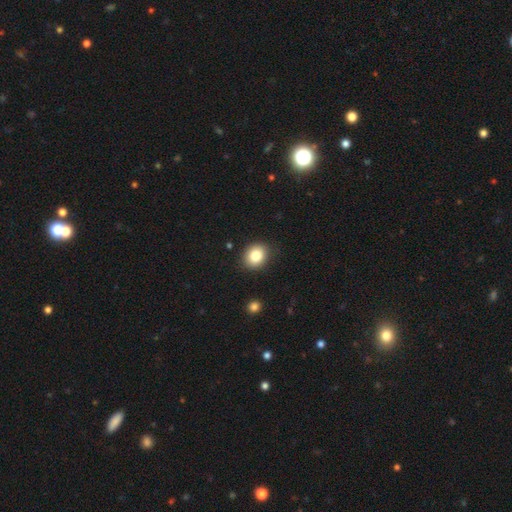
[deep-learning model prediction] A smooth galaxy with no disk features (83%) that is round (65%).

Vote fractions:
- Smooth or featured? smooth: 83% / star or artifact: 10% / featured or disk: 7%
- How rounded? round: 65% / in between: 34% / cigar-shaped: 1%
- Merging? none: 87% / minor disturbance: 9% / major disturbance: 2% / merger: 2%